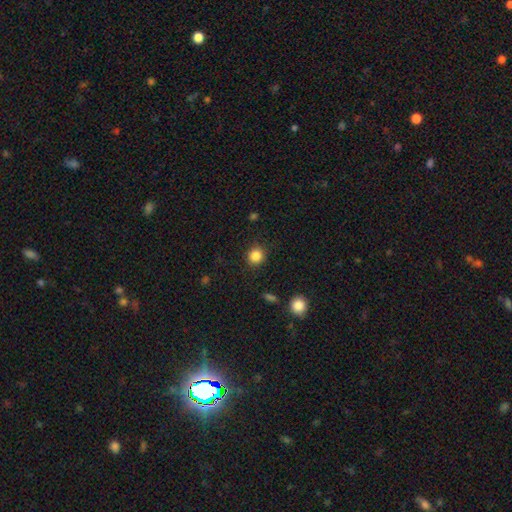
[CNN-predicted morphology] smooth 86%, star or artifact 10%, featured or disk 4%. Down the decision tree: how rounded — round (89%); merging — none (88%).